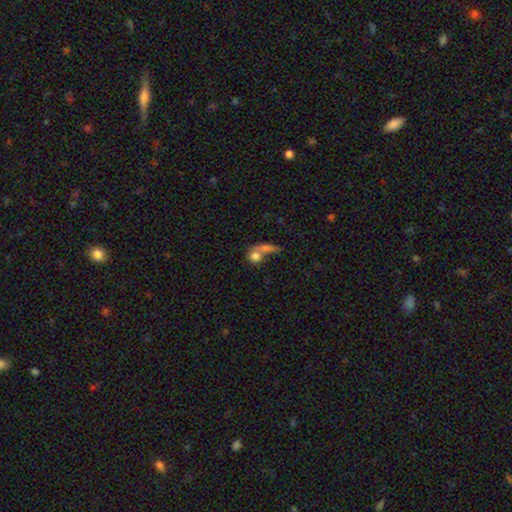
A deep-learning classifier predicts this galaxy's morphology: Smooth or featured?
  - smooth: 74% *
  - featured or disk: 15%
  - star or artifact: 10%
How rounded?
  - round: 63% *
  - in between: 30%
  - cigar-shaped: 7%
Merging?
  - merger: 53% *
  - none: 30%
  - major disturbance: 9%
  - minor disturbance: 8%